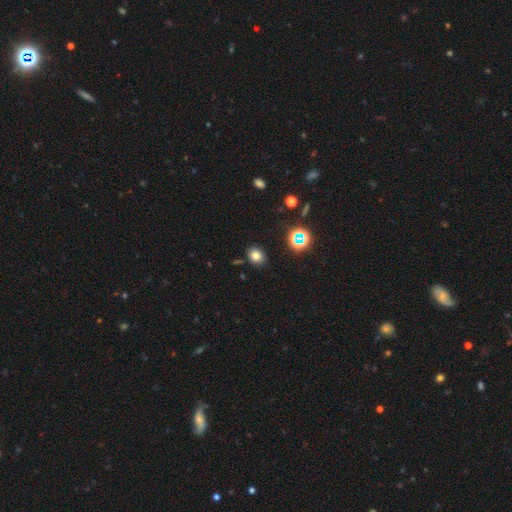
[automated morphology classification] type=smooth (75%); roundness=round (56%); merging=none (86%).